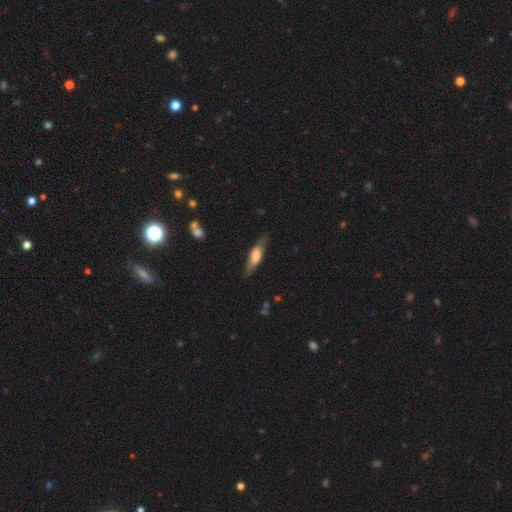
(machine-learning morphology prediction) smooth_or_featured: smooth (p=0.57) [alt: featured or disk p=0.37]
how_rounded: cigar-shaped (p=0.56) [alt: in between p=0.42]
merging: none (p=0.77) [alt: minor disturbance p=0.17]